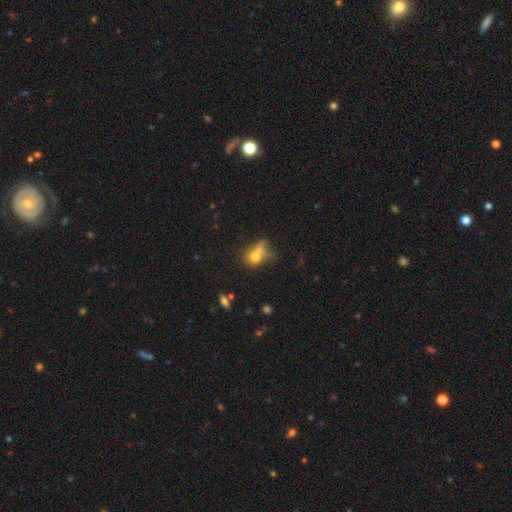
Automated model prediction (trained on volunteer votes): Smooth or featured?
  - smooth: 71% *
  - featured or disk: 16%
  - star or artifact: 13%
How rounded?
  - round: 51% *
  - in between: 46%
  - cigar-shaped: 3%
Merging?
  - merger: 39% *
  - none: 32%
  - minor disturbance: 16%
  - major disturbance: 14%